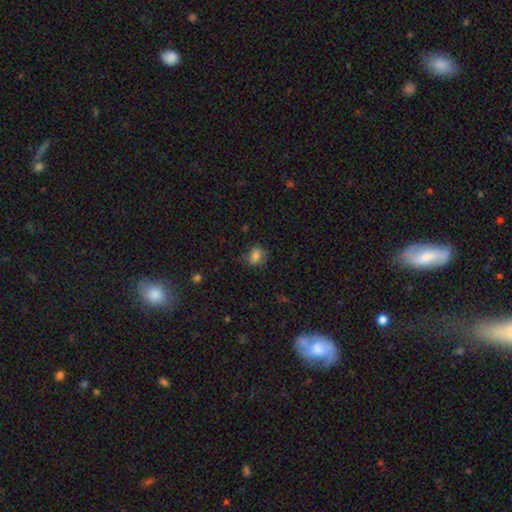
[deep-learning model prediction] Smooth or featured? smooth (80%)
How rounded? round (53%)
Merging? none (67%)